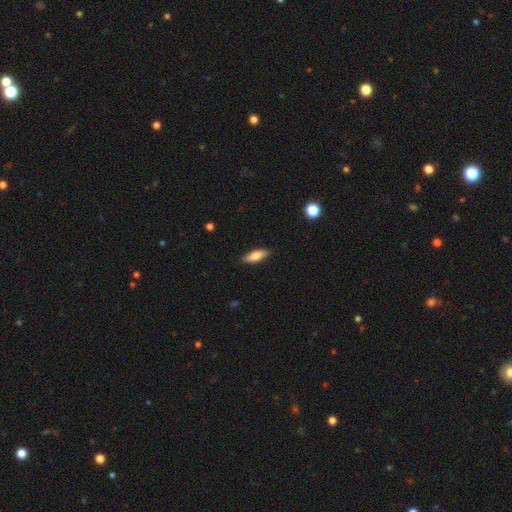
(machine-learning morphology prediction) Smooth or featured?
  - smooth: 78% *
  - featured or disk: 16%
  - star or artifact: 6%
How rounded?
  - in between: 56% *
  - cigar-shaped: 42%
  - round: 2%
Merging?
  - none: 86% *
  - minor disturbance: 11%
  - major disturbance: 2%
  - merger: 1%